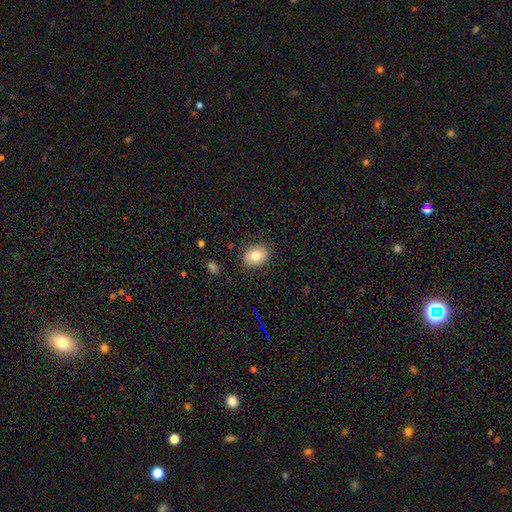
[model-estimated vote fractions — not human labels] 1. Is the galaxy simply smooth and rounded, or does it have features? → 78% smooth, 13% featured or disk, 9% star or artifact.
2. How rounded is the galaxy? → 53% in between, 46% round, 1% cigar-shaped.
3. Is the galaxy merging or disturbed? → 86% none, 10% minor disturbance, 3% major disturbance, 1% merger.